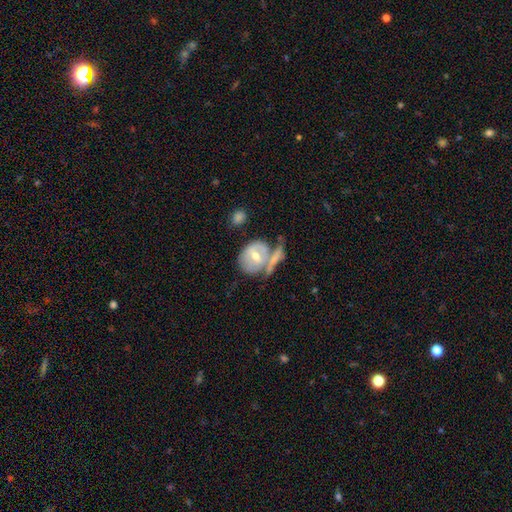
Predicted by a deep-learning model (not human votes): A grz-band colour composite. It shows a featured or disk galaxy (57%) with a weak bar (43%), no spiral arms (51%) and a moderate central bulge (62%). Merging: none (36%).